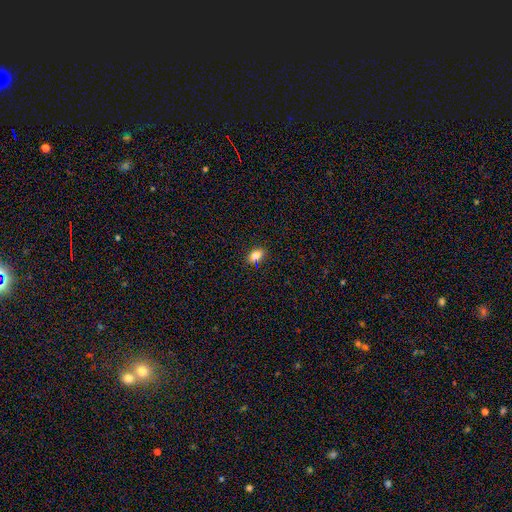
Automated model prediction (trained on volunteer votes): smooth_or_featured: smooth (p=0.81) [alt: star or artifact p=0.12]
how_rounded: in between (p=0.80) [alt: round p=0.17]
merging: none (p=0.85) [alt: minor disturbance p=0.10]